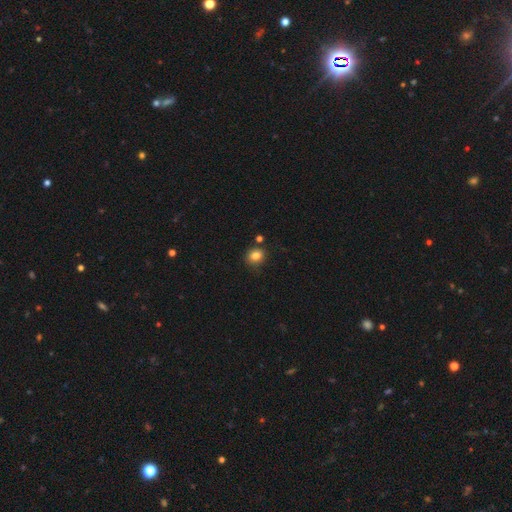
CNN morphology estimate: This is clearly a smooth galaxy (82%). How rounded: likely round (70%). Merging: clearly none (80%).